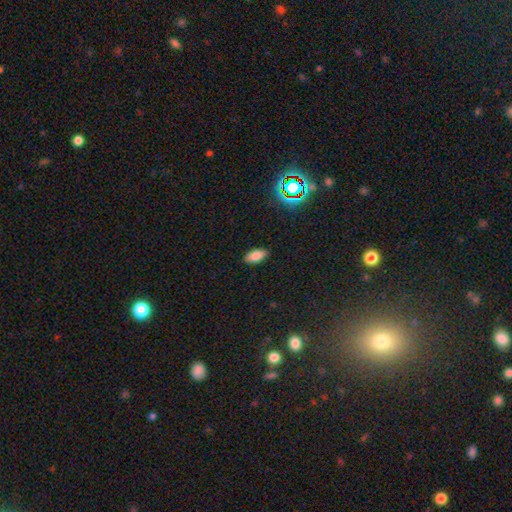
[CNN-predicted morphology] The model was most divided on "smooth or featured": smooth: 82%, star or artifact: 11%, featured or disk: 7%. More confident: how rounded — in between (90%); merging — none (88%).